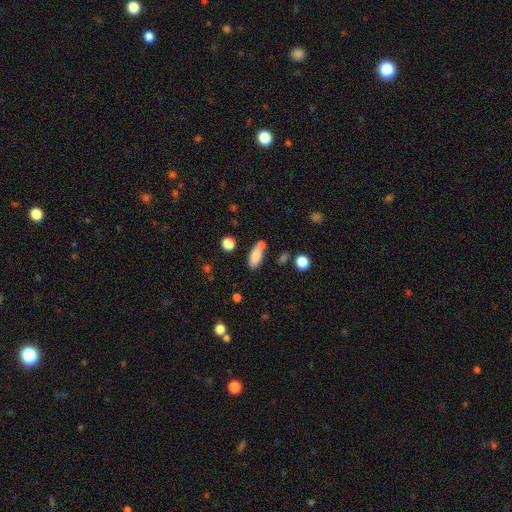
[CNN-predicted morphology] smooth 81%, featured or disk 11%, star or artifact 8%. Down the decision tree: how rounded — in between (77%); merging — none (58%).